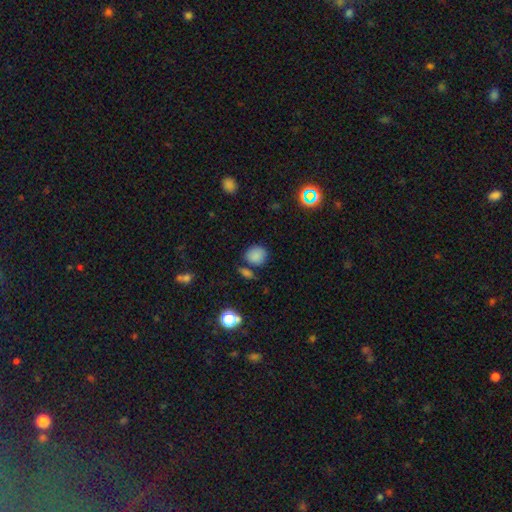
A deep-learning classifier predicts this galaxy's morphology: smooth_or_featured: smooth (p=0.83) [alt: star or artifact p=0.12]
how_rounded: round (p=0.77) [alt: in between p=0.22]
merging: none (p=0.68) [alt: minor disturbance p=0.16]